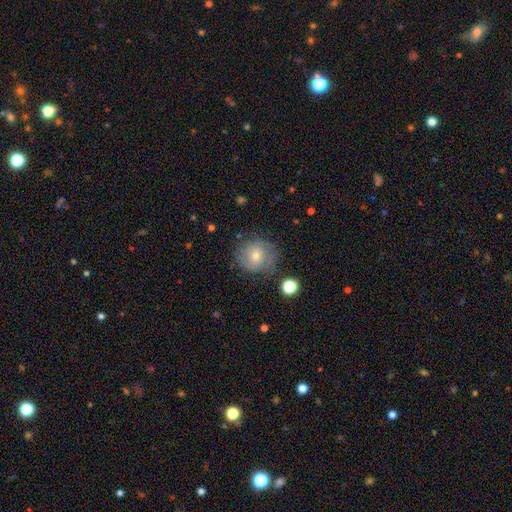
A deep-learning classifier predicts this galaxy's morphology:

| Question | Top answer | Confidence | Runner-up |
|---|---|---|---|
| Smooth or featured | smooth | 48% | featured or disk (41%) |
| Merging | none | 72% | minor disturbance (18%) |